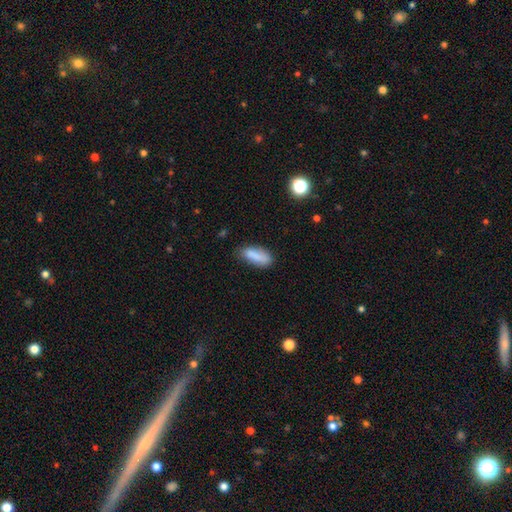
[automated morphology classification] Smooth or featured? Predicted: smooth (p=0.83). How rounded? Predicted: in between (p=0.69). Merging? Predicted: none (p=0.69).